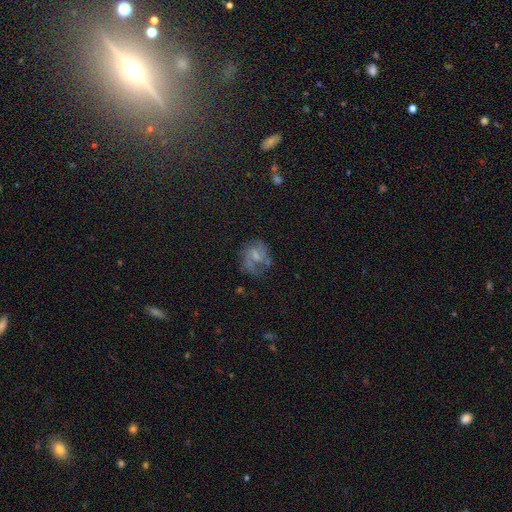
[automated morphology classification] A featured or disk galaxy (60%) with a weak bar (48%), spiral arms (76%) and a small central bulge (39%). Merging: none (51%).